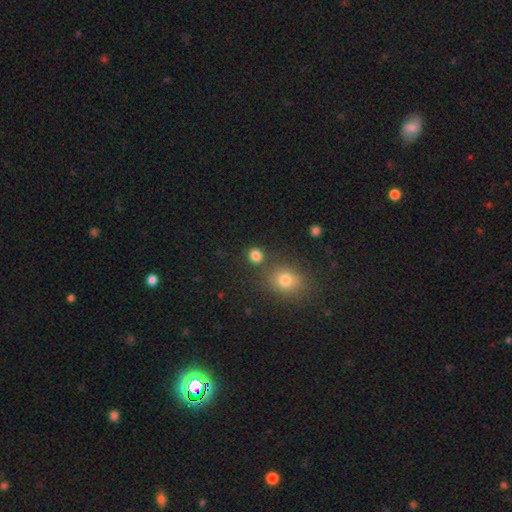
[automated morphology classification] smooth_or_featured: smooth (p=0.82) [alt: star or artifact p=0.14]
how_rounded: round (p=0.76) [alt: in between p=0.23]
merging: none (p=0.77) [alt: merger p=0.10]